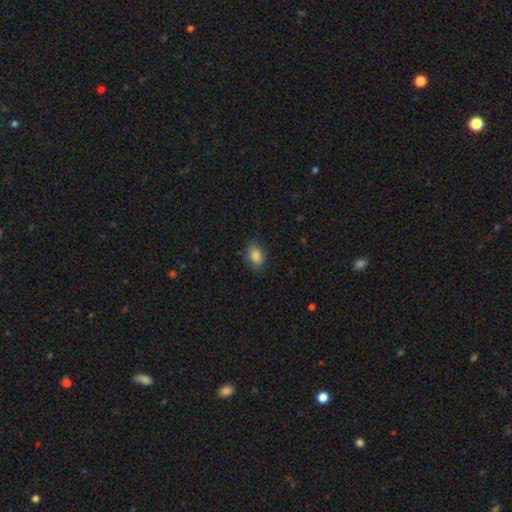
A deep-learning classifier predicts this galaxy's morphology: This is clearly a smooth galaxy (86%). How rounded: clearly in between (85%). Merging: likely none (80%).